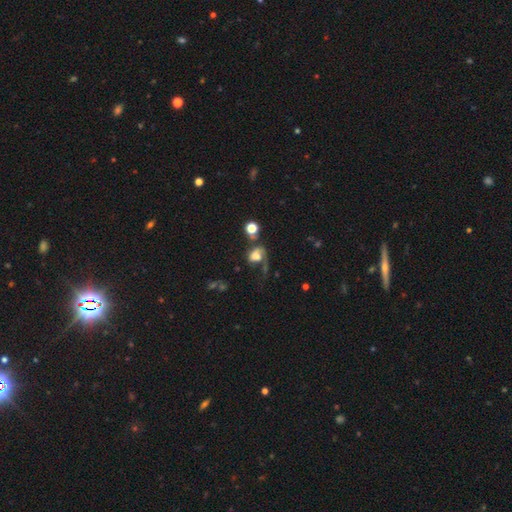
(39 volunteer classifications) This appears to be a smooth galaxy with no disk features (51%) that is round (60%). Merging: major disturbance (53%).